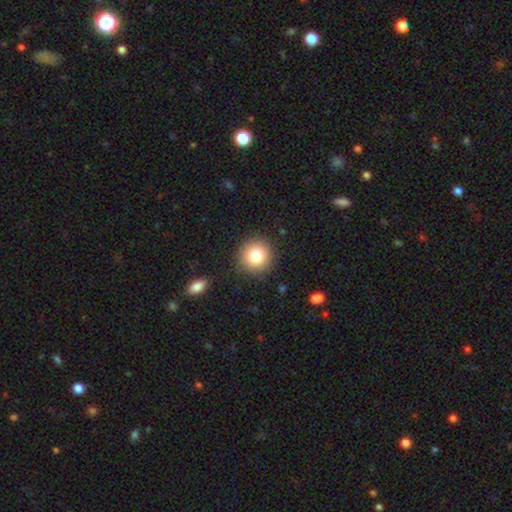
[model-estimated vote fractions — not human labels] Smooth or featured? smooth (81%)
How rounded? round (94%)
Merging? none (90%)